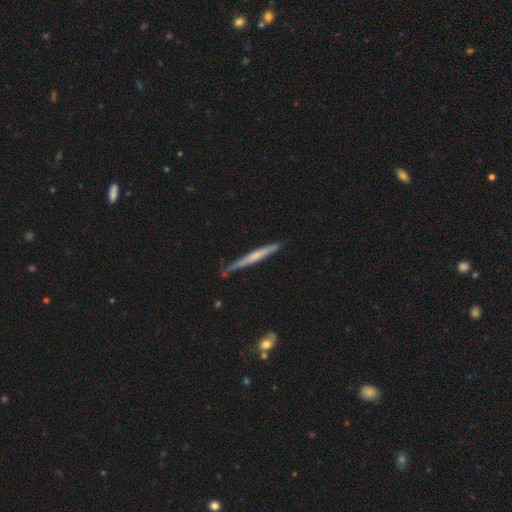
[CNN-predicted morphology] The model was most divided on "smooth or featured": featured or disk: 50%, smooth: 44%, star or artifact: 5%. More confident: edge-on disk — yes (95%); merging — none (73%).